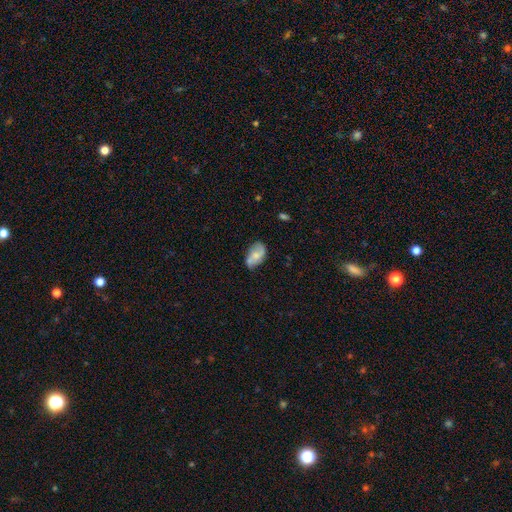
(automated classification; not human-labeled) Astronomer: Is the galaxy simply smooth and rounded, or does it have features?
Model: smooth — 52% (runner-up: featured or disk, 40%).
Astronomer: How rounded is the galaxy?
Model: in between — 91%.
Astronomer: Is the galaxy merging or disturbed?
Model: none — 56%.